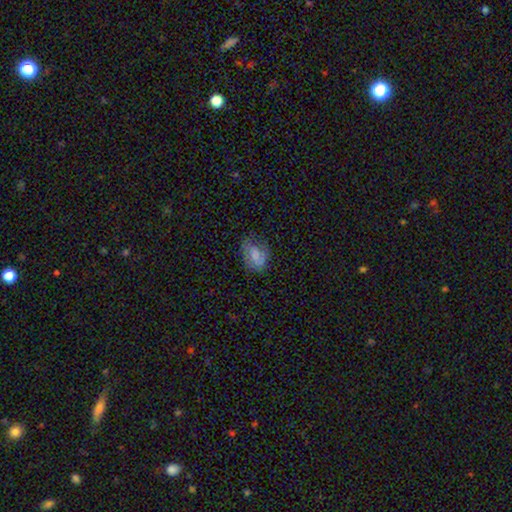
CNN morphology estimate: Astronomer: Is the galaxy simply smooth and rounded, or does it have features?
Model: smooth — 60%.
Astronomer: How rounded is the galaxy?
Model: in between — 81%.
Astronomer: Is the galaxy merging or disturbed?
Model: none — 55%.